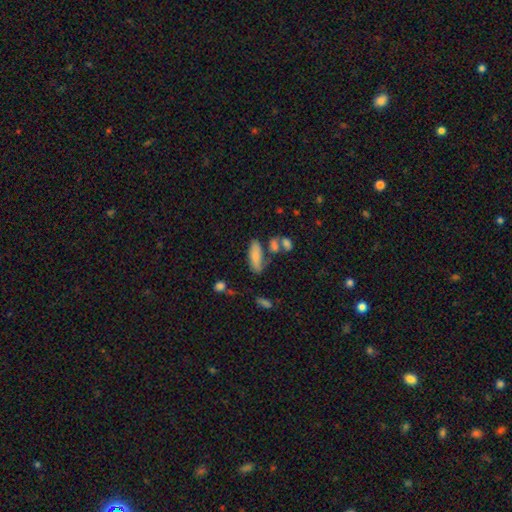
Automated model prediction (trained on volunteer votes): smooth-or-featured: smooth: 77% | featured or disk: 15% | star or artifact: 8%
  how-rounded: in between: 62% | cigar-shaped: 35% | round: 3%
  merging: none: 52% | merger: 20% | minor disturbance: 19% | major disturbance: 9%